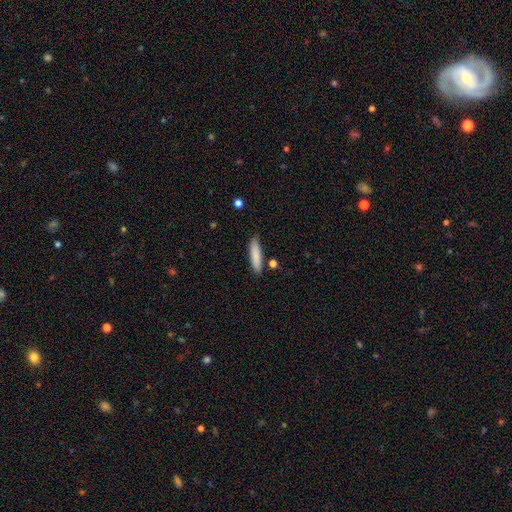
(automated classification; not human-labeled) Smooth or featured? smooth (84%)
How rounded? cigar-shaped (80%)
Merging? none (84%)